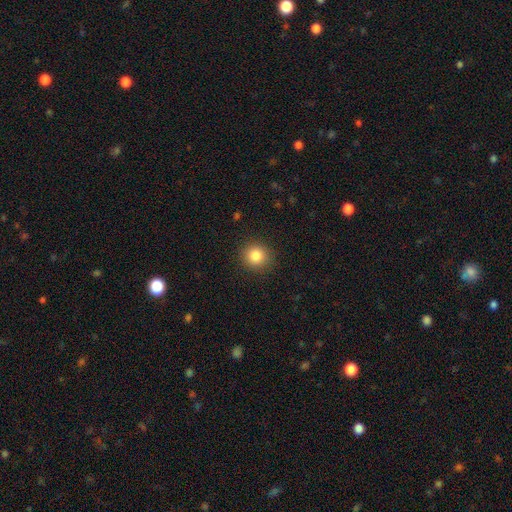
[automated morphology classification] smooth_or_featured: smooth (p=0.84) [alt: star or artifact p=0.11]
how_rounded: round (p=0.91) [alt: in between p=0.08]
merging: none (p=0.91) [alt: minor disturbance p=0.06]